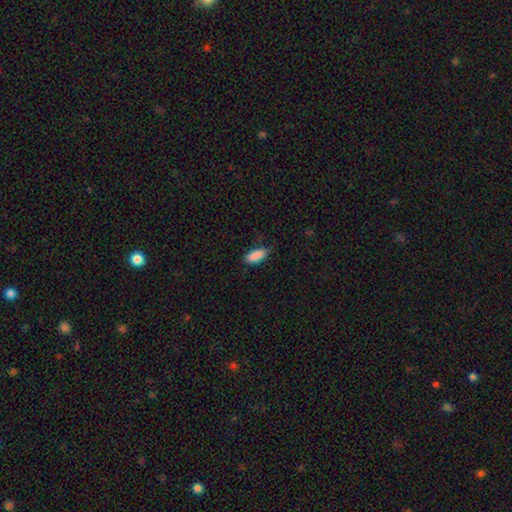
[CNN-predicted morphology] type=smooth (89%); roundness=in between (84%); merging=none (72%).